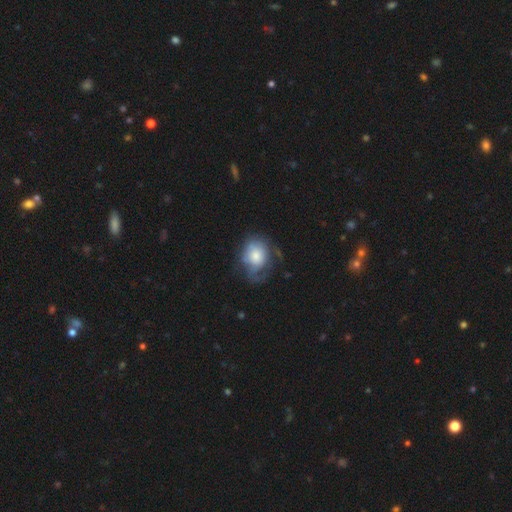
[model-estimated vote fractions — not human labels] Overall: smooth (62%; featured or disk 30%). How rounded: round (53%; in between 46%). Merging: none (41%; minor disturbance 31%).